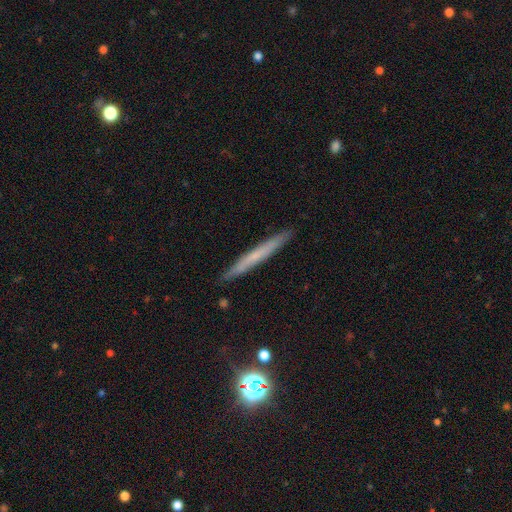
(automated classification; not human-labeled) Overall: smooth (50%; featured or disk 42%). Merging: none (90%).